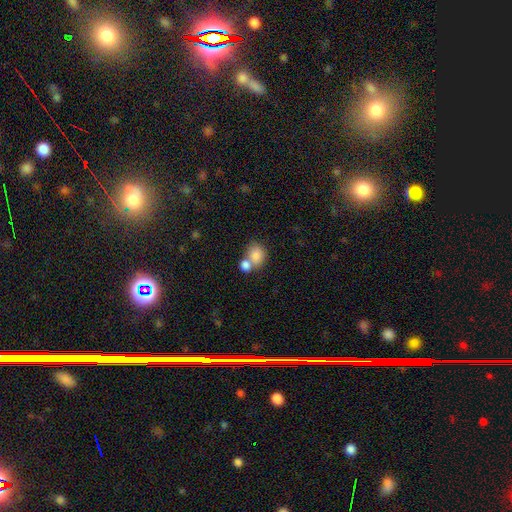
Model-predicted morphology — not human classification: This is clearly a smooth galaxy (82%). How rounded: possibly round (59%). Merging: possibly merger (49%).